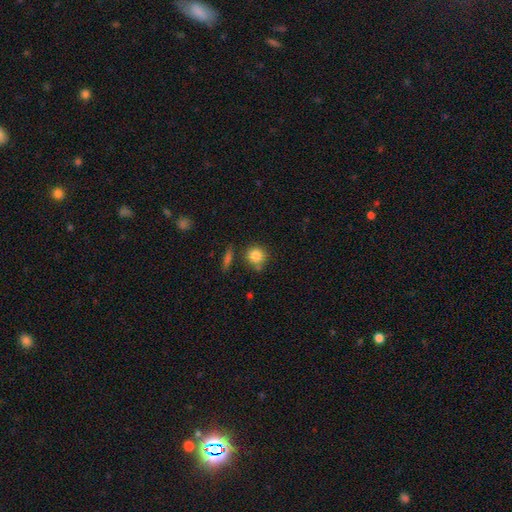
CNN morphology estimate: smooth 83%, star or artifact 10%, featured or disk 7%. Down the decision tree: how rounded — round (89%); merging — none (72%).